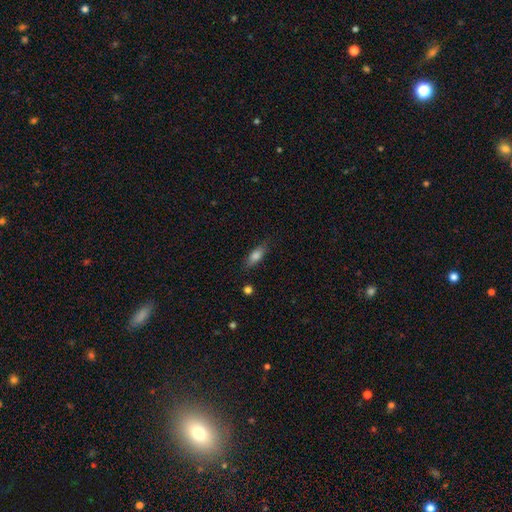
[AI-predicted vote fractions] smooth-or-featured: smooth: 78% | featured or disk: 14% | star or artifact: 8%
  how-rounded: in between: 70% | cigar-shaped: 27% | round: 3%
  merging: none: 78% | minor disturbance: 16% | major disturbance: 4% | merger: 2%